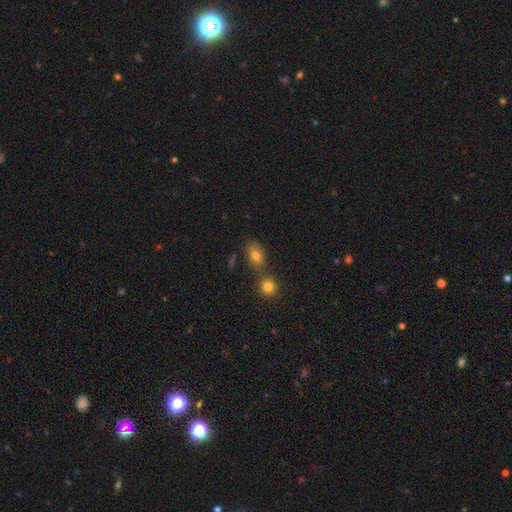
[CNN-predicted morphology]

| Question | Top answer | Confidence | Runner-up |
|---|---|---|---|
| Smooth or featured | smooth | 77% | featured or disk (12%) |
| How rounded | in between | 82% | round (16%) |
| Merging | none | 60% | merger (22%) |